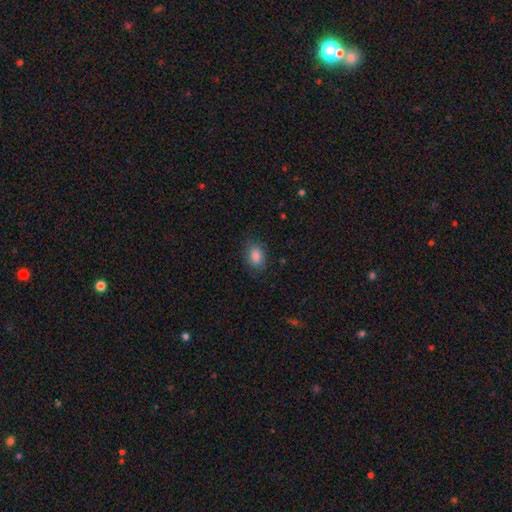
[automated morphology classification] Smooth or featured? Predicted: smooth (p=0.86). How rounded? Predicted: in between (p=0.83). Merging? Predicted: none (p=0.79).